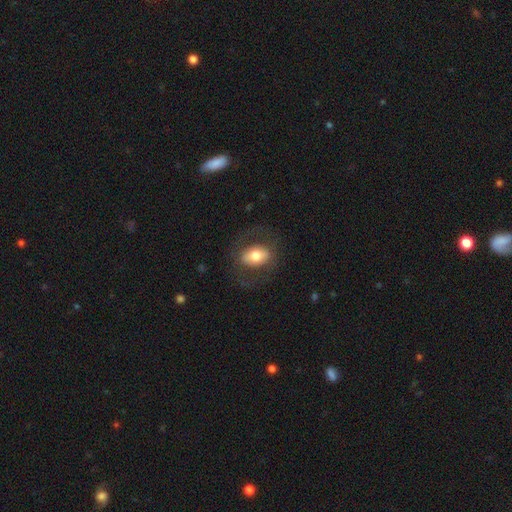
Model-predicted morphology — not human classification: This appears to be a smooth galaxy with no disk features (64%) that is in between round and cigar-shaped (77%). Merging: none (74%).